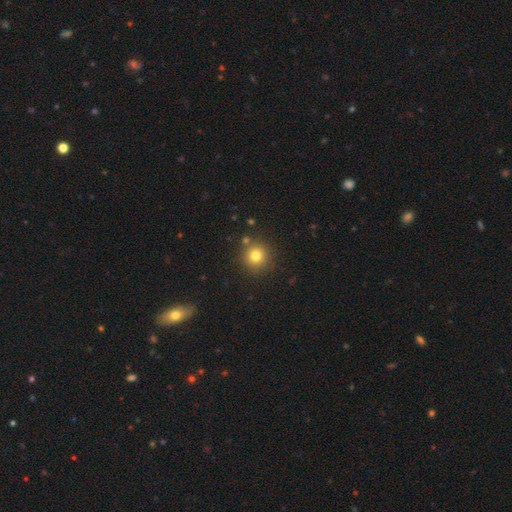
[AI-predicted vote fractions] smooth-or-featured: smooth: 79% | star or artifact: 14% | featured or disk: 7%
  how-rounded: round: 94% | in between: 5% | cigar-shaped: 1%
  merging: none: 85% | minor disturbance: 7% | merger: 5% | major disturbance: 3%